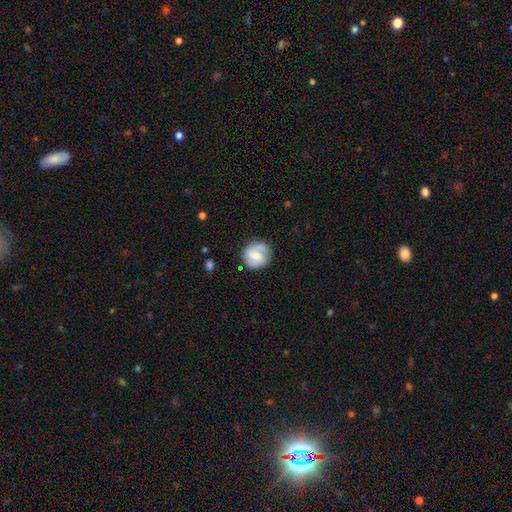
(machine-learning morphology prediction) Smooth or featured? featured or disk (50%)
Merging? none (69%)